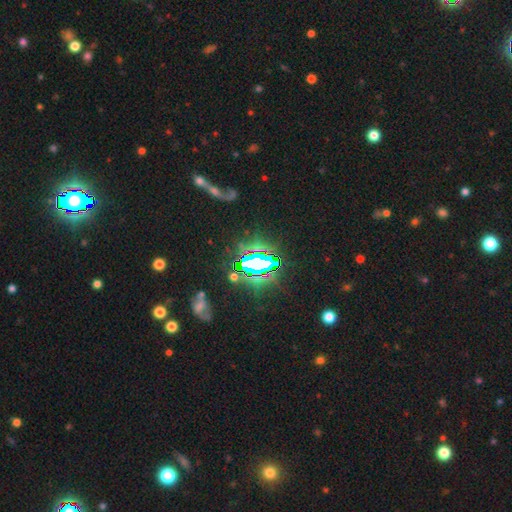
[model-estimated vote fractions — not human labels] This appears to be a star or artifact, not a galaxy (73%).